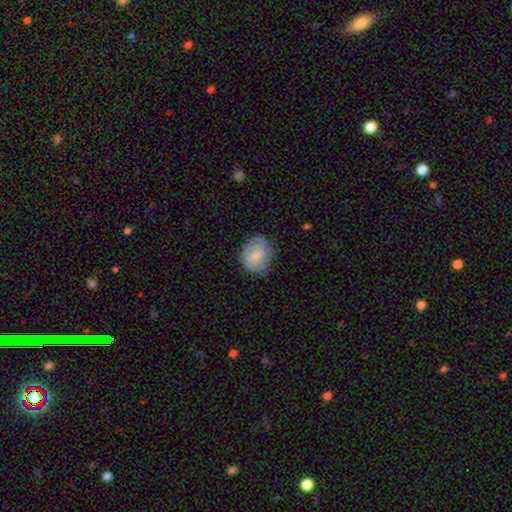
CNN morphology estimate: This is likely a smooth galaxy (65%). How rounded: likely round (67%). Merging: likely none (65%).